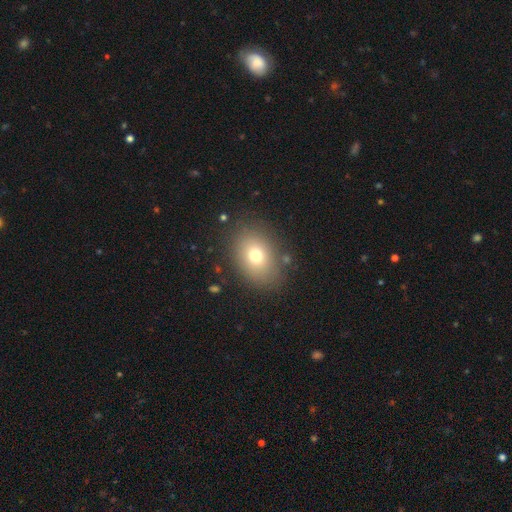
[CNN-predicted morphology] Smooth or featured?
  - smooth: 74% *
  - featured or disk: 14%
  - star or artifact: 12%
How rounded?
  - in between: 67% *
  - round: 32%
  - cigar-shaped: 1%
Merging?
  - none: 83% *
  - minor disturbance: 11%
  - major disturbance: 5%
  - merger: 2%